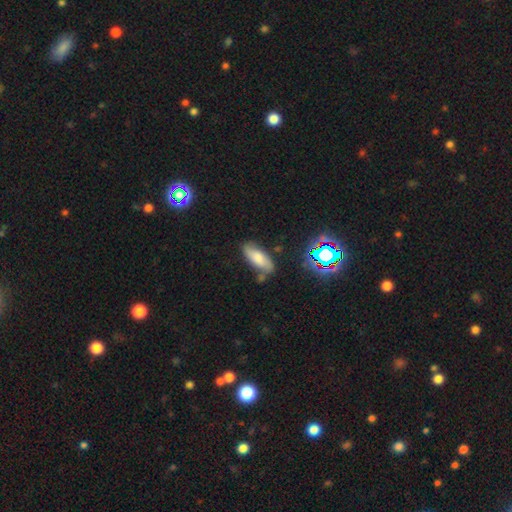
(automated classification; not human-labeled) smooth 55%, featured or disk 27%, star or artifact 17%. Down the decision tree: how rounded — in between (73%); merging — none (67%).